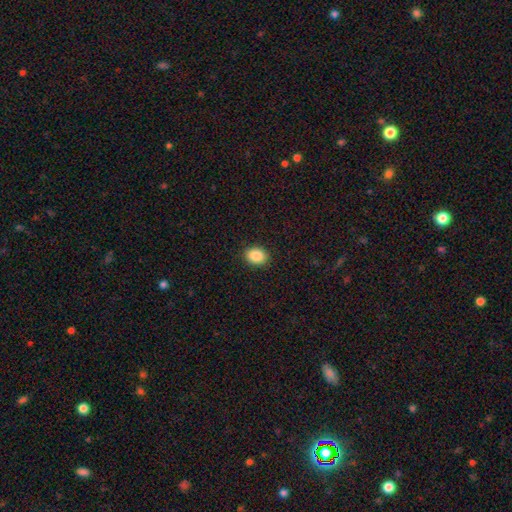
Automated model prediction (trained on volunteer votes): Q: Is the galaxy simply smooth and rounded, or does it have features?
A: smooth — 88%.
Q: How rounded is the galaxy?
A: in between — 63%.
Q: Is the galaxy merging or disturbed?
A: none — 90%.